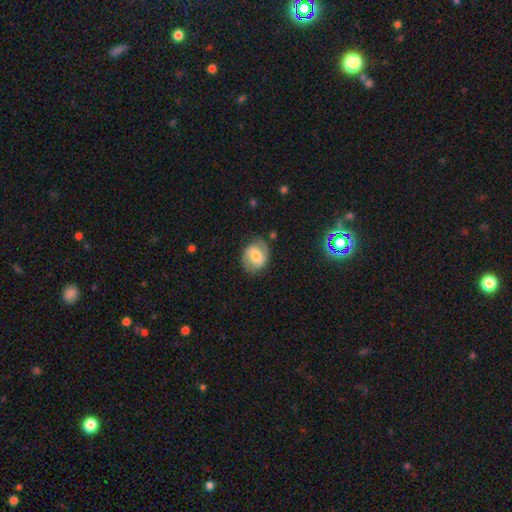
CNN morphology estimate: Smooth or featured: smooth — 53% (featured or disk — 39%)
How rounded: round — 60% (in between — 39%)
Merging: none — 74% (minor disturbance — 19%)